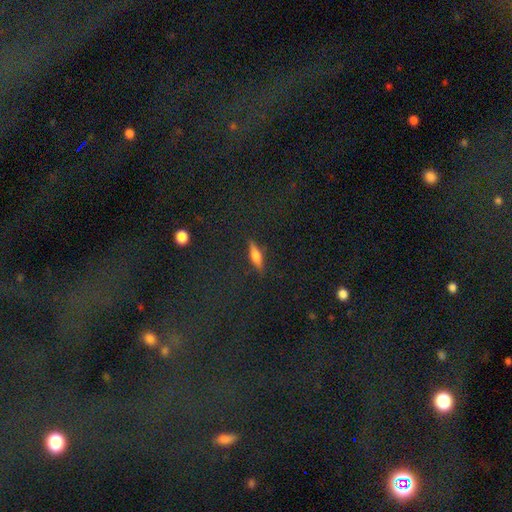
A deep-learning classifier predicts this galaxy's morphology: A smooth galaxy with no disk features (58%) that is cigar-shaped (65%). Merging: none (86%).